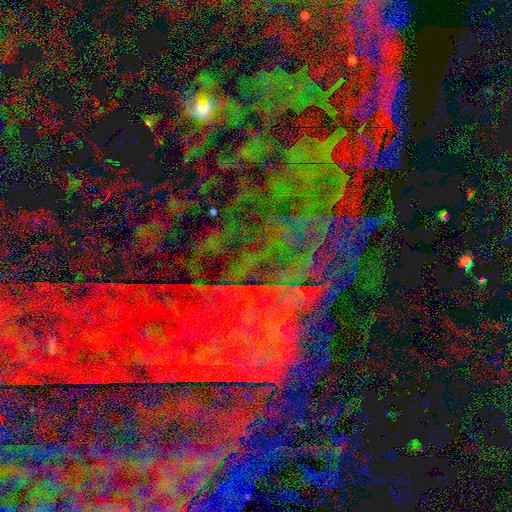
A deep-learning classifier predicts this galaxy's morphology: The model was most divided on "smooth or featured": star or artifact: 82%, featured or disk: 10%, smooth: 8%.